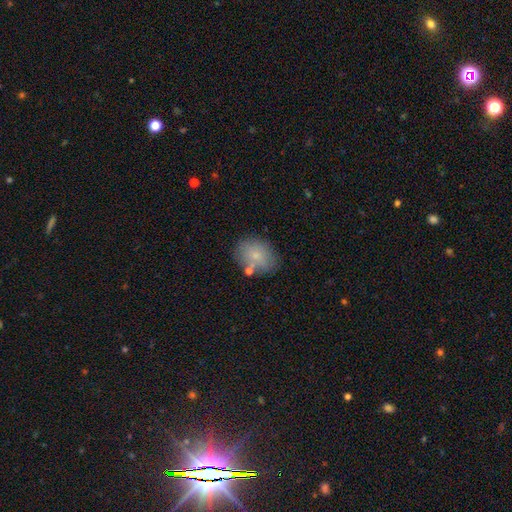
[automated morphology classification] Q: Smooth or featured?
A: smooth (76%); runner-up: featured or disk (15%)
Q: How rounded?
A: in between (61%); runner-up: round (37%)
Q: Merging?
A: none (73%); runner-up: minor disturbance (16%)